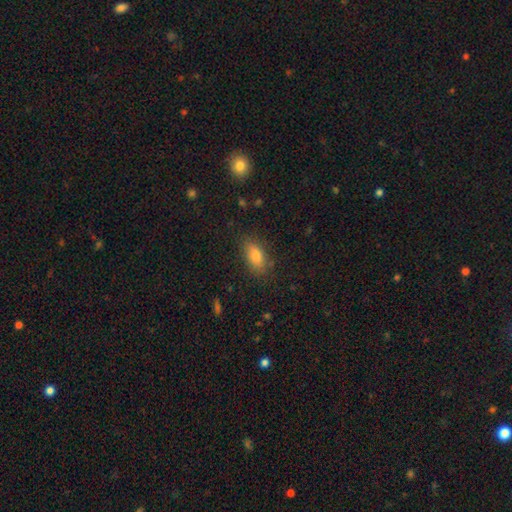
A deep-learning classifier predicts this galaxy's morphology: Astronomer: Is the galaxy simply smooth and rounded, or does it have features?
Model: smooth — 82%.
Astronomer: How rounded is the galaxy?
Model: in between — 86%.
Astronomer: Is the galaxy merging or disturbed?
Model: none — 83%.